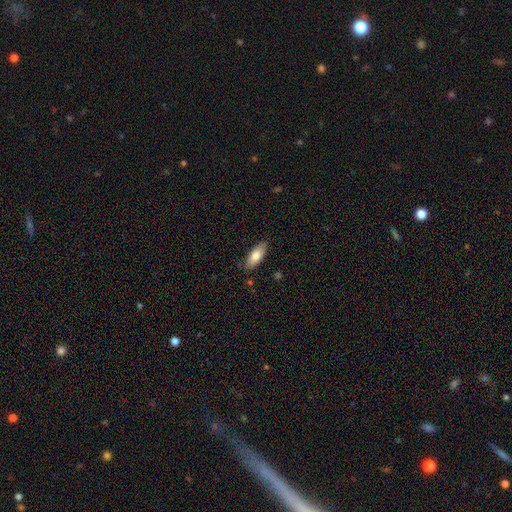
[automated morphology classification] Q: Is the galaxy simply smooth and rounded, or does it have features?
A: smooth — 78%.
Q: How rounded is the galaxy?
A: in between — 77%.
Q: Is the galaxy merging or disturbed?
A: none — 84%.